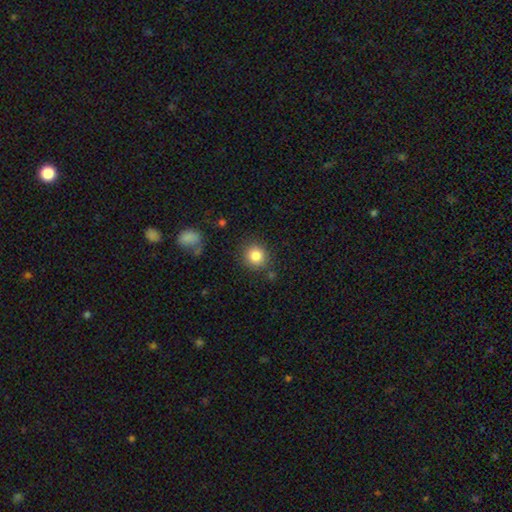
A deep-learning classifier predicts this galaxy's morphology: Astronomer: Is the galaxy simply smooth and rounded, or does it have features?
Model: smooth — 84%.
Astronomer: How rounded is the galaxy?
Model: round — 89%.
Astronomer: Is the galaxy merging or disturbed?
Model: none — 84%.